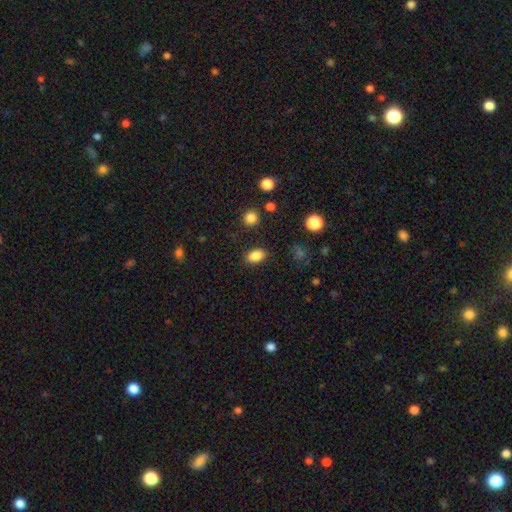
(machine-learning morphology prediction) Smooth or featured? Predicted: smooth (p=0.85). How rounded? Predicted: in between (p=0.82). Merging? Predicted: none (p=0.86).